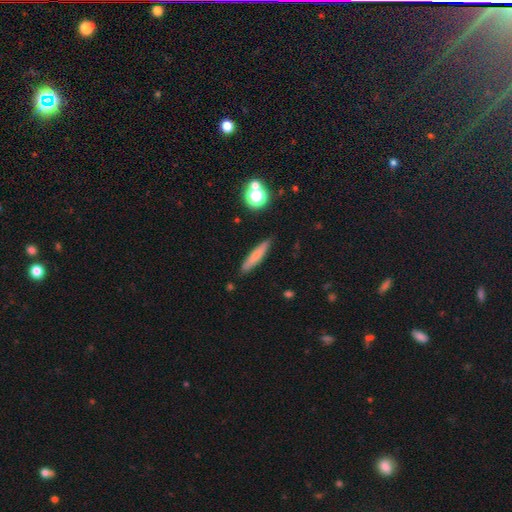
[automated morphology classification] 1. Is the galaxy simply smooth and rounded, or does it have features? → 71% smooth, 21% featured or disk, 8% star or artifact.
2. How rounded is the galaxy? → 89% cigar-shaped, 9% in between, 2% round.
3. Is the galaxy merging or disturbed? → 88% none, 9% minor disturbance, 2% major disturbance, 2% merger.